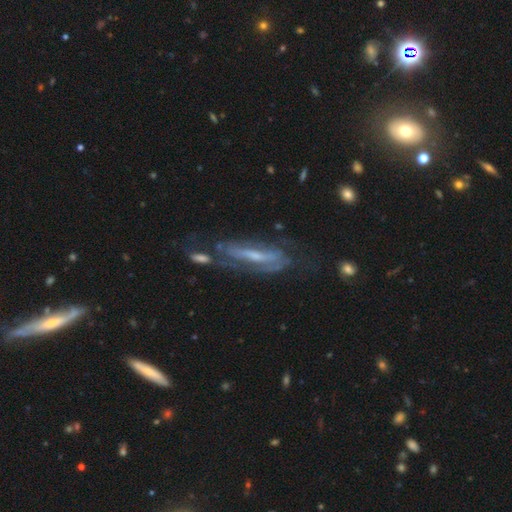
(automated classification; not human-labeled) Smooth or featured: featured or disk — 78% (smooth — 15%)
Edge-on disk: no — 68% (yes — 32%)
Bar: weak — 37% (strong — 36%)
Spiral arms: yes — 82% (no — 18%)
Bulge size: small — 53% (moderate — 33%)
Merging: none — 49% (minor disturbance — 22%)